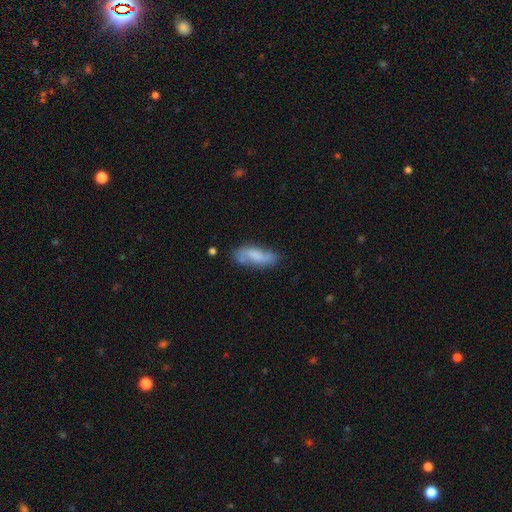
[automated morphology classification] This is possibly a smooth galaxy (56%). How rounded: likely in between (68%). Merging: likely none (64%).